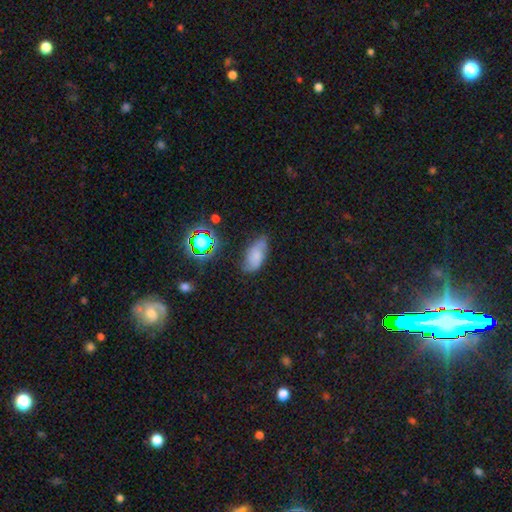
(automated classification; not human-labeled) Smooth or featured? smooth (63%)
How rounded? in between (90%)
Merging? none (58%)